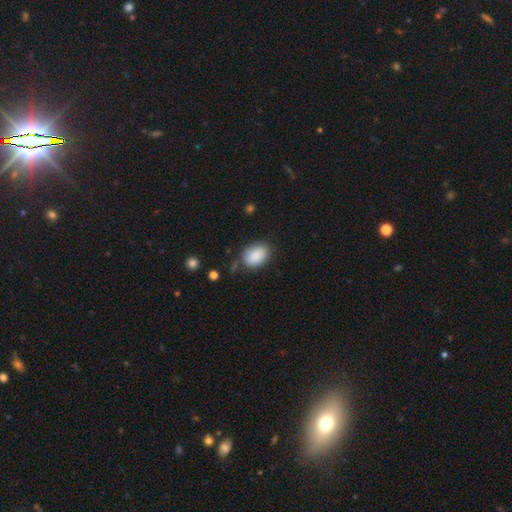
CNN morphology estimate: Overall: smooth (88%). How rounded: in between (84%). Merging: none (68%).